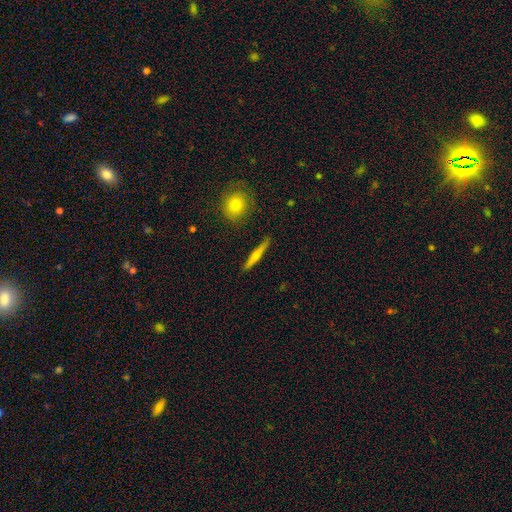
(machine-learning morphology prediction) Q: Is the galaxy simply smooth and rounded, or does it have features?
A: smooth — 57%.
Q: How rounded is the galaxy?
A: cigar-shaped — 93%.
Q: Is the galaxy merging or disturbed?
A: none — 89%.